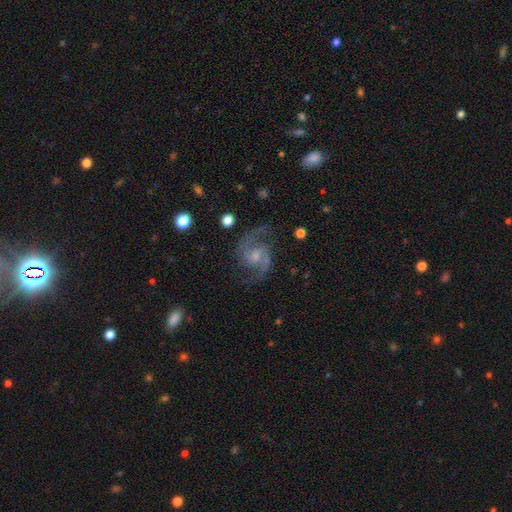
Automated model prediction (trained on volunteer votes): This appears to be a featured or disk galaxy (92%) with no bar (53%), 2 (94%) medium (63%) spiral arms (98%) and a small central bulge (54%). Merging: none (79%).